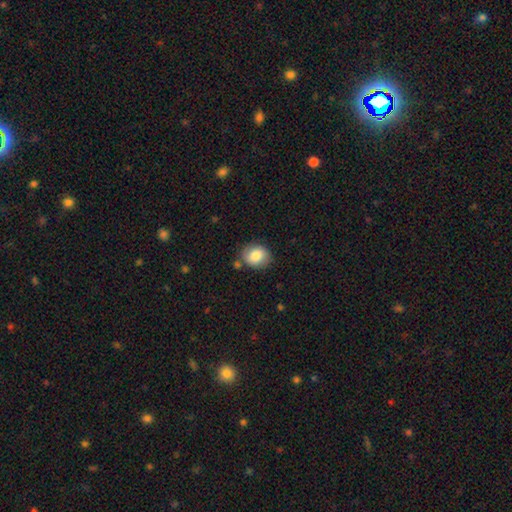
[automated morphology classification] smooth-or-featured: smooth: 82% | featured or disk: 10% | star or artifact: 8%
  how-rounded: round: 61% | in between: 38% | cigar-shaped: 1%
  merging: none: 79% | minor disturbance: 14% | merger: 4% | major disturbance: 3%